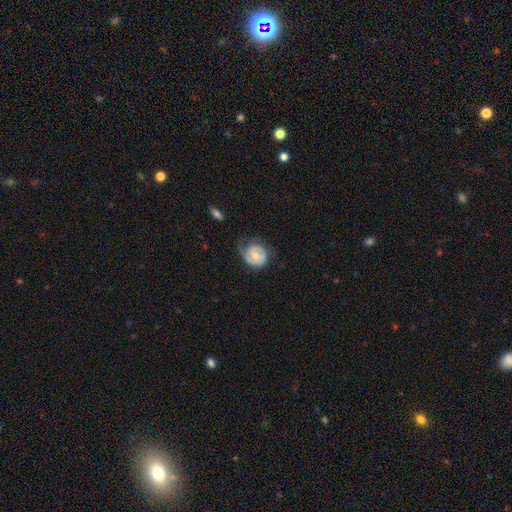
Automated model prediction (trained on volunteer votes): This appears to be a featured or disk galaxy (60%) with no bar (52%), 2 (52%) tight (53%) spiral arms (87%) and a small central bulge (50%). Merging: none (54%).